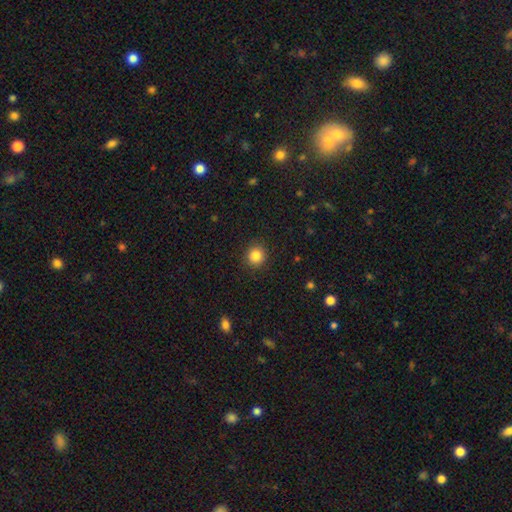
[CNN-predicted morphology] A smooth galaxy with no disk features (86%) that is round (90%). Merging: none (91%).